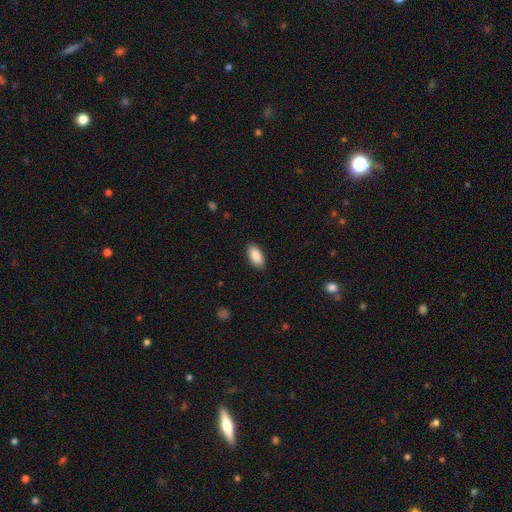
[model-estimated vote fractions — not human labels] smooth_or_featured: smooth (p=0.90) [alt: star or artifact p=0.06]
how_rounded: in between (p=0.93) [alt: cigar-shaped p=0.05]
merging: none (p=0.89) [alt: minor disturbance p=0.08]